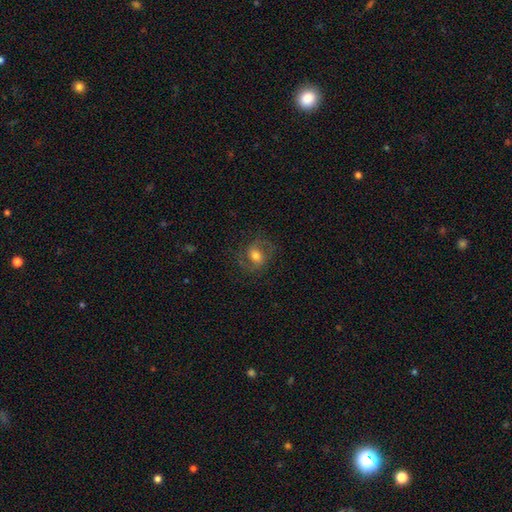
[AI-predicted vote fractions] This is possibly a featured or disk galaxy (52%). It is clearly not viewed edge-on (96%). Bar: marginally weak (42%). Spiral arm pattern: clearly yes (81%). Central bulge: likely moderate (66%). Merging: likely none (68%).